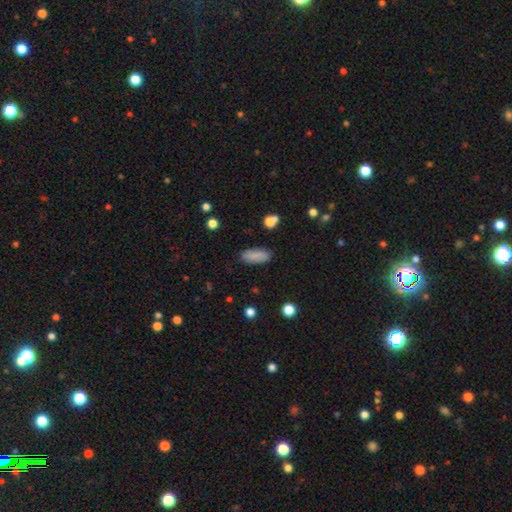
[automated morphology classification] A smooth galaxy with no disk features (82%) that is in between round and cigar-shaped (82%). Merging: none (85%).